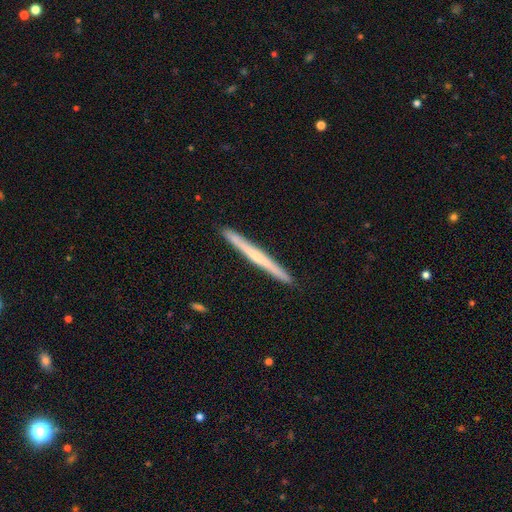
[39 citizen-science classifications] This appears to be a featured or disk galaxy (64%) viewed edge-on (100%) with no central bulge (52%). Merging: none (100%).